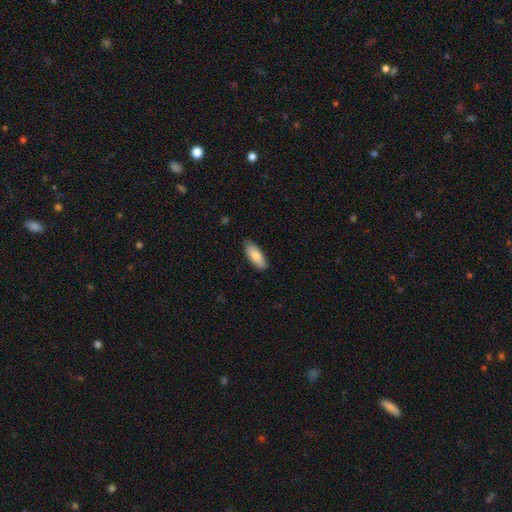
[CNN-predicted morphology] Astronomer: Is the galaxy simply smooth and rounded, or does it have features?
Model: smooth — 82%.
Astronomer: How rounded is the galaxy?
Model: in between — 74%.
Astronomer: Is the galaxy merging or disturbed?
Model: none — 86%.